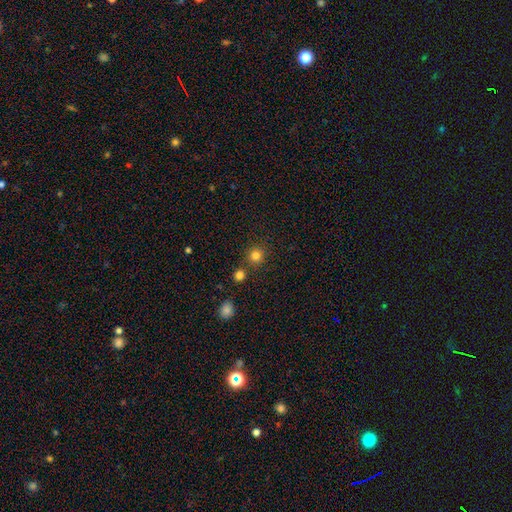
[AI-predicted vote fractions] A smooth galaxy with no disk features (81%) that is round (93%). Merging: none (81%).